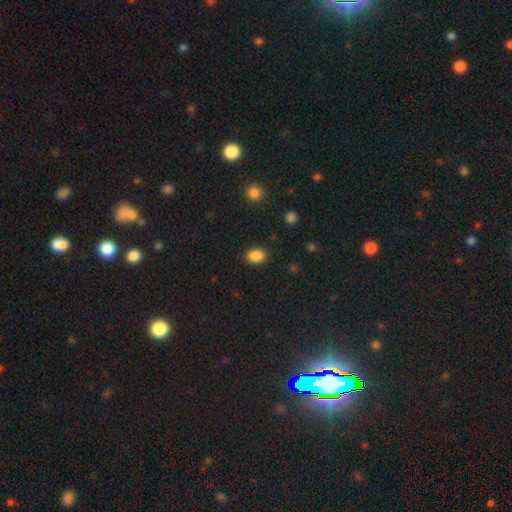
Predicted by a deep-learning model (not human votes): smooth 87%, star or artifact 9%, featured or disk 3%. Down the decision tree: how rounded — in between (72%); merging — none (87%).